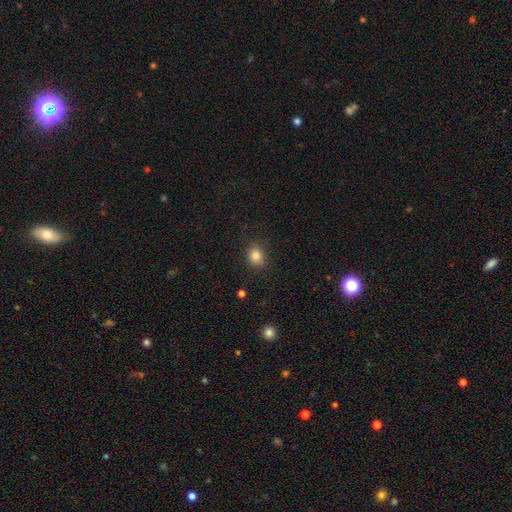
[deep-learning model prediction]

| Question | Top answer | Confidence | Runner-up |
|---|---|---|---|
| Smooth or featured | smooth | 84% | star or artifact (11%) |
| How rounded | round | 54% | in between (46%) |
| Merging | none | 84% | minor disturbance (11%) |